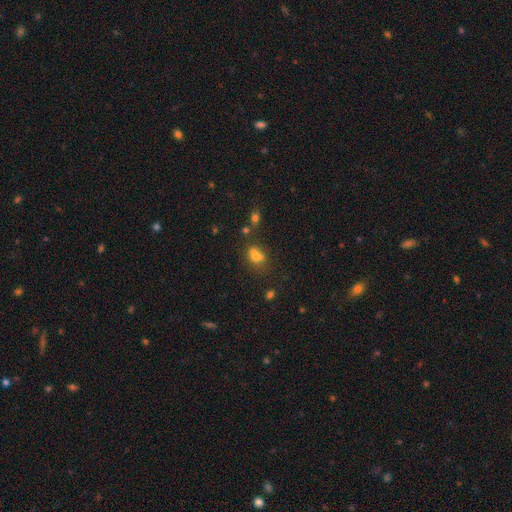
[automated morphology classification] Smooth or featured? smooth (68%)
How rounded? in between (61%)
Merging? none (39%)